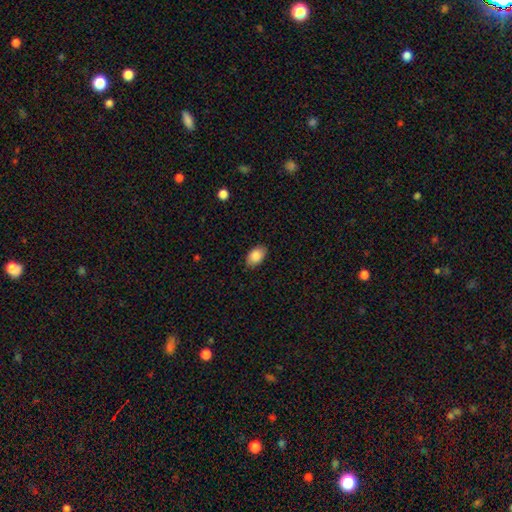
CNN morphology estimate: This appears to be a smooth galaxy with no disk features (88%) that is in between round and cigar-shaped (90%). Merging: none (85%).